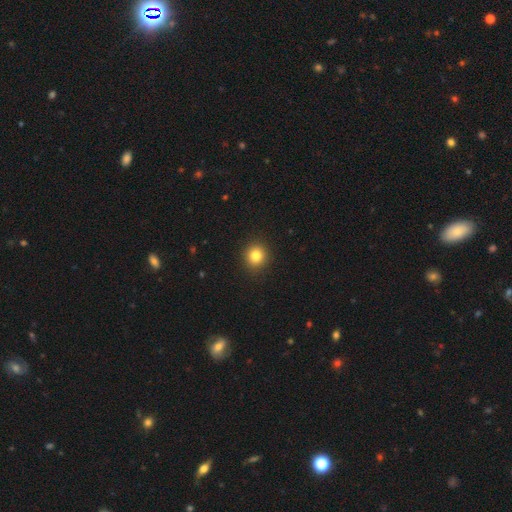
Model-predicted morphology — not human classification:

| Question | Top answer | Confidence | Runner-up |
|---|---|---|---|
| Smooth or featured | smooth | 83% | star or artifact (11%) |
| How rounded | round | 89% | in between (10%) |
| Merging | none | 92% | minor disturbance (5%) |